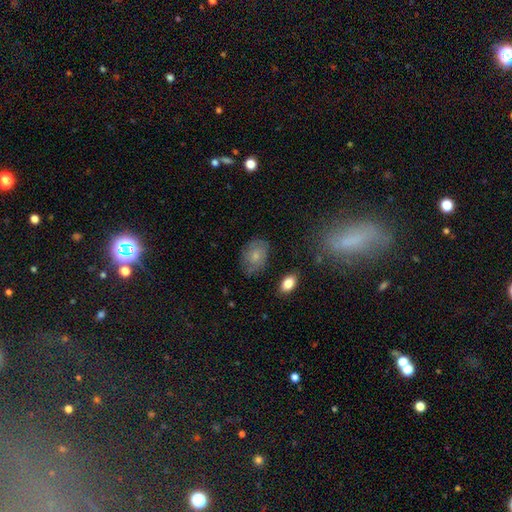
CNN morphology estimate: A smooth galaxy with no disk features (59%) that is in between round and cigar-shaped (73%). Merging: none (72%).